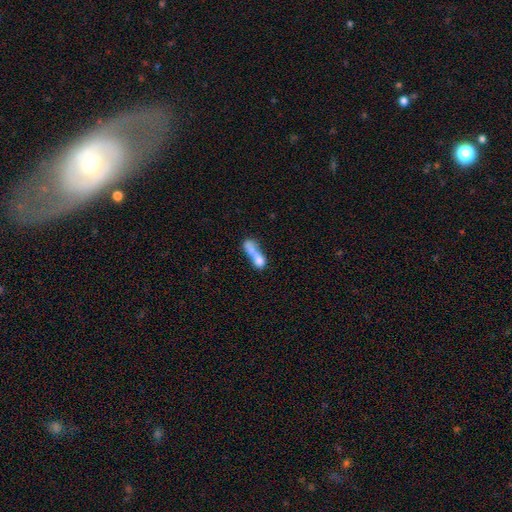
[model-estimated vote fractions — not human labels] This is likely a smooth galaxy (63%). How rounded: possibly in between (46%). Merging: likely merger (61%).